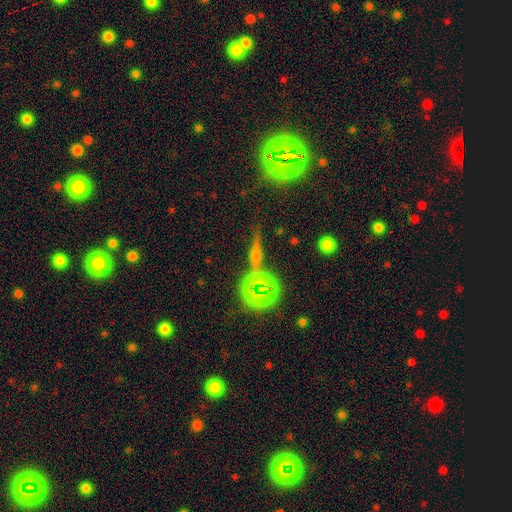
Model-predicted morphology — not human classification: A featured or disk galaxy (37%, tied with star or artifact).

Vote fractions:
- Smooth or featured? featured or disk: 37% (tied) / star or artifact: 37% (tied) / smooth: 27%
- Merging? none: 74% / minor disturbance: 12% / merger: 9% / major disturbance: 5%